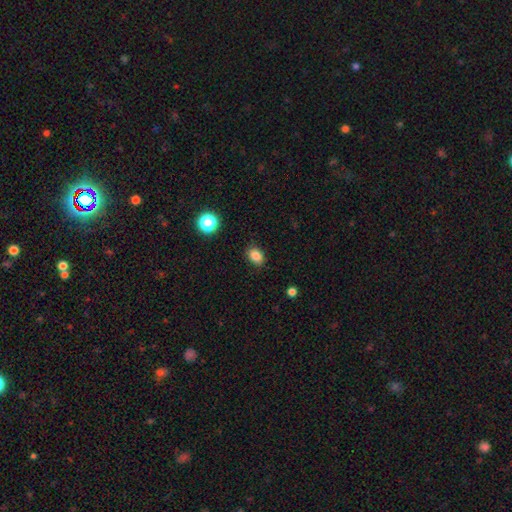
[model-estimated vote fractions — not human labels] Smooth or featured? Predicted: smooth (p=0.84). How rounded? Predicted: in between (p=0.68). Merging? Predicted: none (p=0.86).